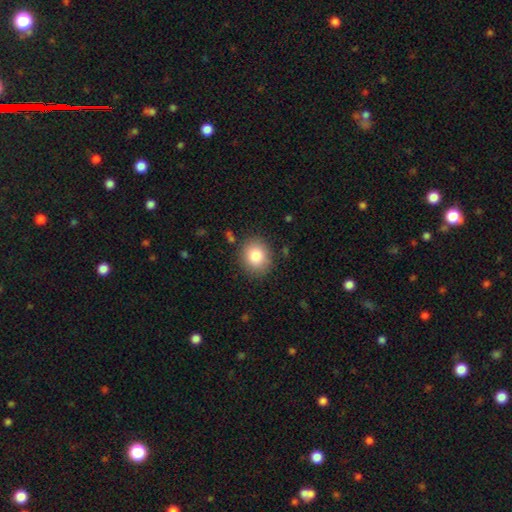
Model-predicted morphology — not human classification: A smooth galaxy with no disk features (82%) that is round (75%). Merging: none (87%).